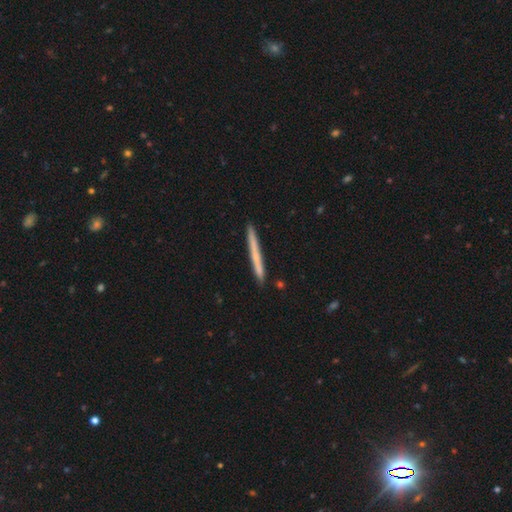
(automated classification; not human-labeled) The model was most divided on "smooth or featured": smooth: 55%, featured or disk: 39%, star or artifact: 6%. More confident: how rounded — cigar-shaped (97%); merging — none (90%).